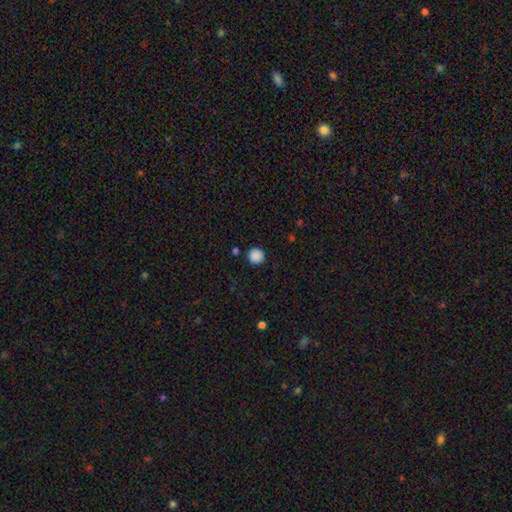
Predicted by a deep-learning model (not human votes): Smooth or featured?
  - smooth: 87% *
  - star or artifact: 10%
  - featured or disk: 3%
How rounded?
  - round: 94% *
  - in between: 5%
  - cigar-shaped: 1%
Merging?
  - none: 88% *
  - minor disturbance: 7%
  - merger: 2%
  - major disturbance: 2%